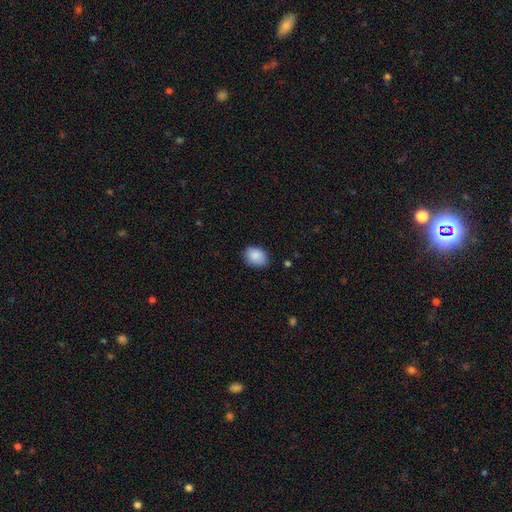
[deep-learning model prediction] This is clearly a smooth galaxy (88%). How rounded: likely in between (67%). Merging: likely none (80%).